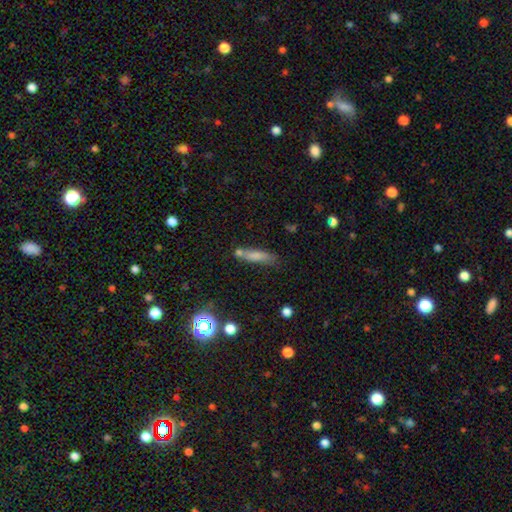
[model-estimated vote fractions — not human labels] Morphology: type=smooth (73%); roundness=cigar-shaped (74%); merging=none (59%).